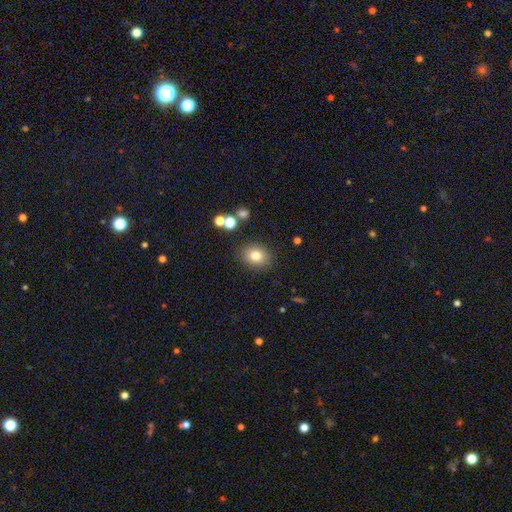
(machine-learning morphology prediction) smooth-or-featured: smooth: 79% | star or artifact: 12% | featured or disk: 9%
  how-rounded: round: 55% | in between: 44% | cigar-shaped: 1%
  merging: none: 84% | minor disturbance: 9% | merger: 3% | major disturbance: 3%